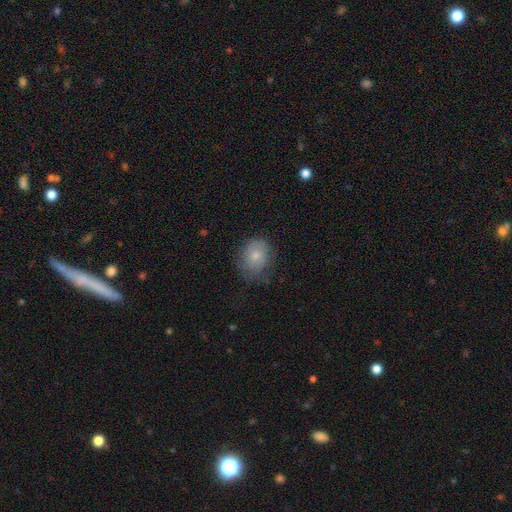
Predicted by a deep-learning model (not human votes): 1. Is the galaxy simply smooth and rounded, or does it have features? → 69% smooth, 23% featured or disk, 8% star or artifact.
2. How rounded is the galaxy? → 59% round, 40% in between, 1% cigar-shaped.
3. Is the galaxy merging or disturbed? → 61% none, 27% minor disturbance, 11% major disturbance, 1% merger.